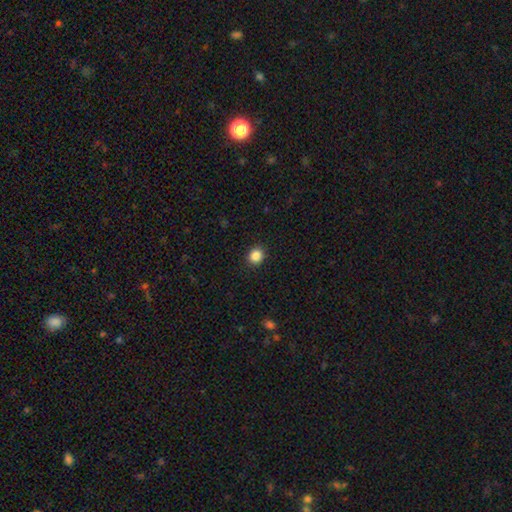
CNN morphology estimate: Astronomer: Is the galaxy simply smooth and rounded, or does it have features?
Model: smooth — 86%.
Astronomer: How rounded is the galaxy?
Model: round — 80%.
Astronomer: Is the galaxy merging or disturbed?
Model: none — 91%.